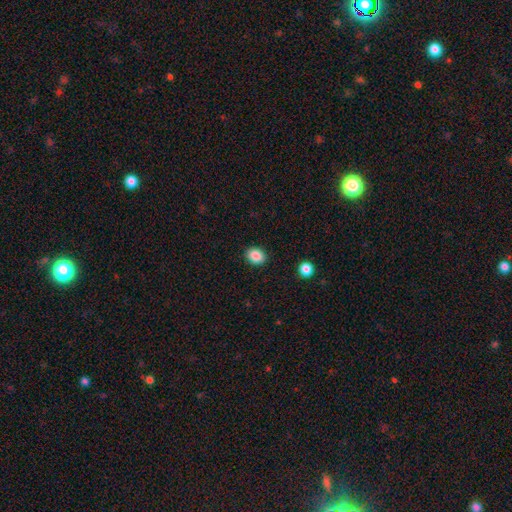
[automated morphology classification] smooth-or-featured: smooth: 87% | star or artifact: 9% | featured or disk: 4%
  how-rounded: round: 60% | in between: 39% | cigar-shaped: 1%
  merging: none: 90% | minor disturbance: 7% | major disturbance: 2% | merger: 1%